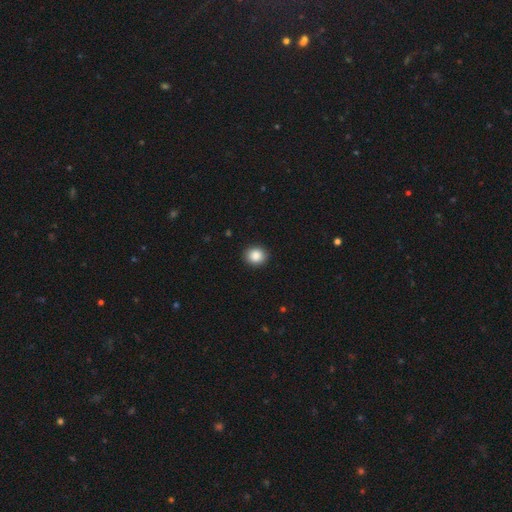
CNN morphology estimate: Q: Smooth or featured?
A: smooth (88%); runner-up: star or artifact (9%)
Q: How rounded?
A: round (75%); runner-up: in between (24%)
Q: Merging?
A: none (91%); runner-up: minor disturbance (6%)